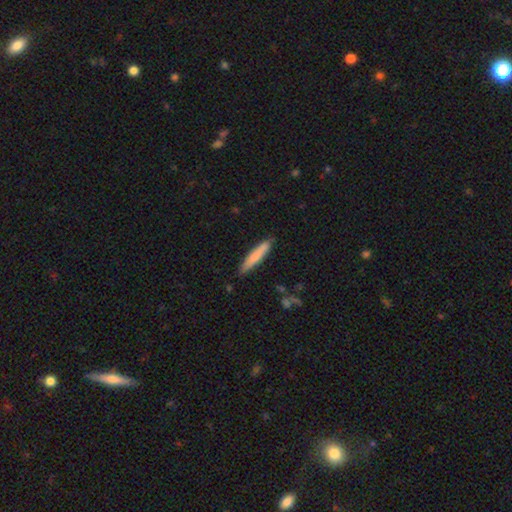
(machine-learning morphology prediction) smooth 75%, featured or disk 19%, star or artifact 5%. Down the decision tree: how rounded — cigar-shaped (91%); merging — none (86%).